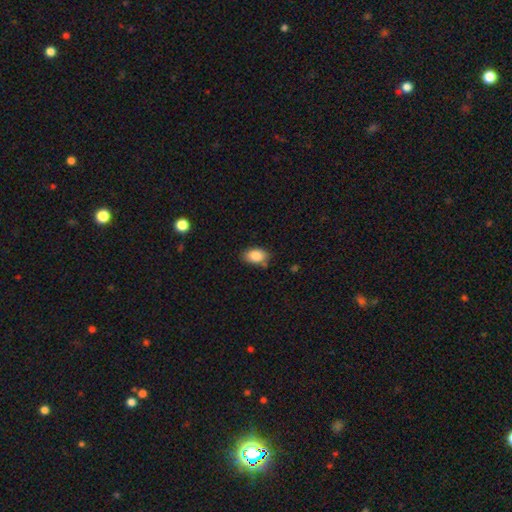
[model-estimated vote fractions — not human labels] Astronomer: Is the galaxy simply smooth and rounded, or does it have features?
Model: smooth — 86%.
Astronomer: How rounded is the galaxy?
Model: in between — 88%.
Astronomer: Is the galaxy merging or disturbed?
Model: none — 77%.